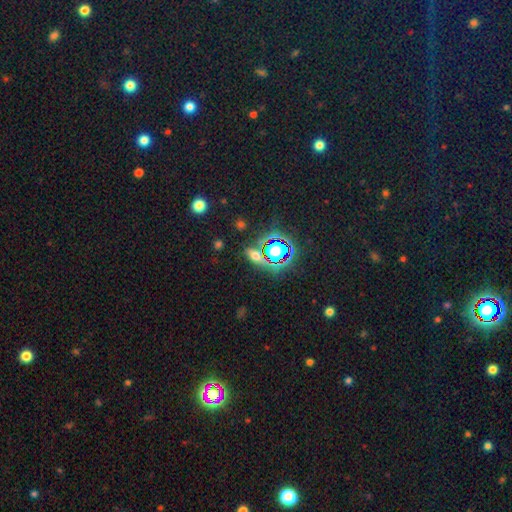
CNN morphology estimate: smooth_or_featured: smooth (p=0.45) [alt: star or artifact p=0.42]
merging: none (p=0.77) [alt: minor disturbance p=0.11]